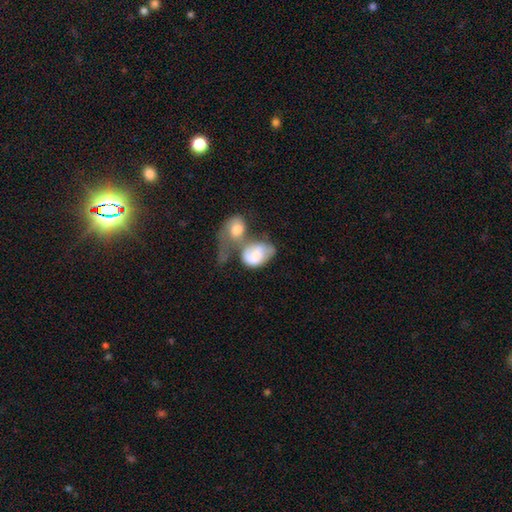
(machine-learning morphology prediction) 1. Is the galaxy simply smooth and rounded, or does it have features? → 54% smooth, 39% featured or disk, 6% star or artifact.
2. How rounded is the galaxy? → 75% in between, 24% round, 1% cigar-shaped.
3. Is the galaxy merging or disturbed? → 60% merger, 19% major disturbance, 11% none, 10% minor disturbance.